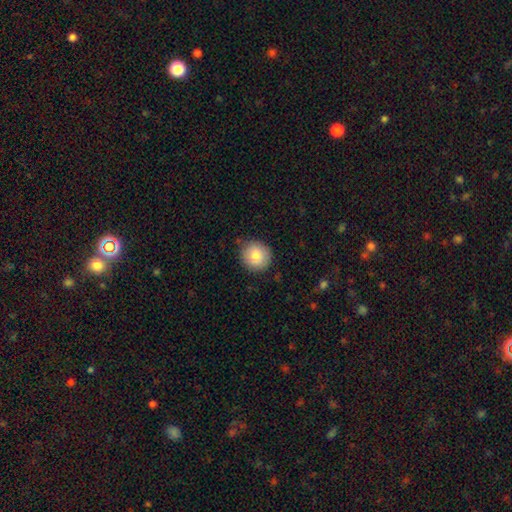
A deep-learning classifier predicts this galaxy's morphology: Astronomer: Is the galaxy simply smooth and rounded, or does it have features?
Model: smooth — 84%.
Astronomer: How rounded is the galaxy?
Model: round — 91%.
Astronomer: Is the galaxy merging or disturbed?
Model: none — 87%.